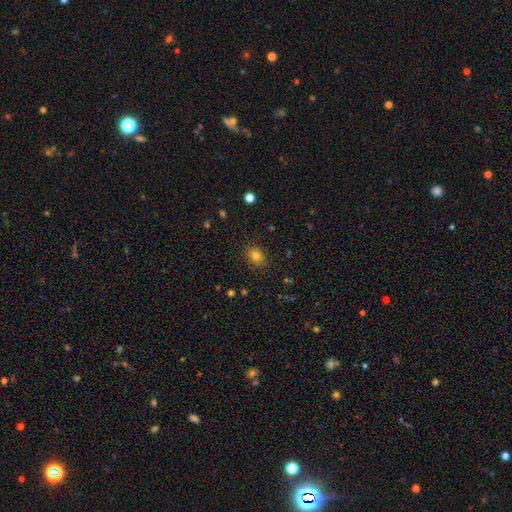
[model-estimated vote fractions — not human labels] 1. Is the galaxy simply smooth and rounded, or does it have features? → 81% smooth, 13% star or artifact, 6% featured or disk.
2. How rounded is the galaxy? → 58% round, 41% in between, 1% cigar-shaped.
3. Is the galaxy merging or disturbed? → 86% none, 10% minor disturbance, 3% major disturbance, 1% merger.